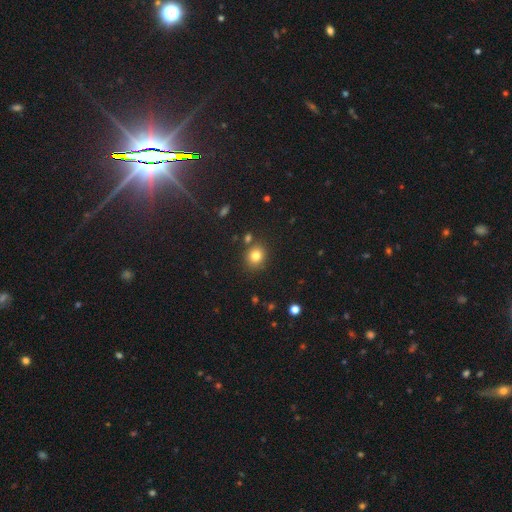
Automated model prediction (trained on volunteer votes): smooth-or-featured: smooth: 79% | star or artifact: 13% | featured or disk: 7%
  how-rounded: round: 75% | in between: 24% | cigar-shaped: 1%
  merging: none: 80% | minor disturbance: 9% | merger: 8% | major disturbance: 3%